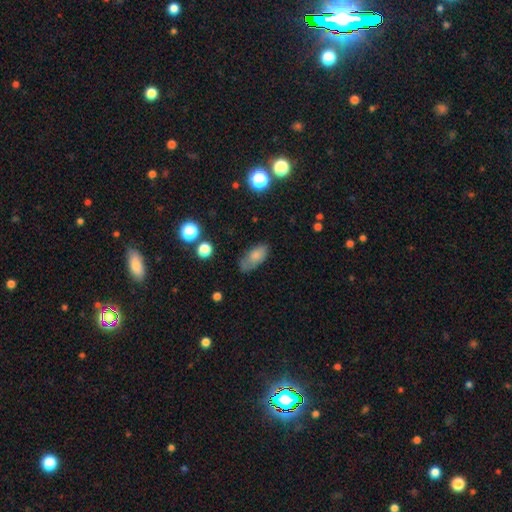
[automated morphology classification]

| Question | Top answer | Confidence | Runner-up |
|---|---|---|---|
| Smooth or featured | smooth | 77% | featured or disk (13%) |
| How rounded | in between | 88% | cigar-shaped (8%) |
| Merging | none | 60% | minor disturbance (28%) |